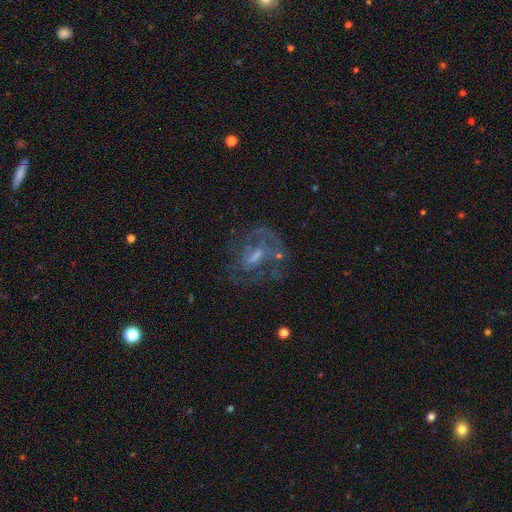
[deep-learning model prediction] This appears to be a featured or disk galaxy (73%) with a weak bar (49%), 2 (38%) medium (44%) spiral arms (75%) and a small central bulge (34%, tied with moderate). Merging: none (54%).